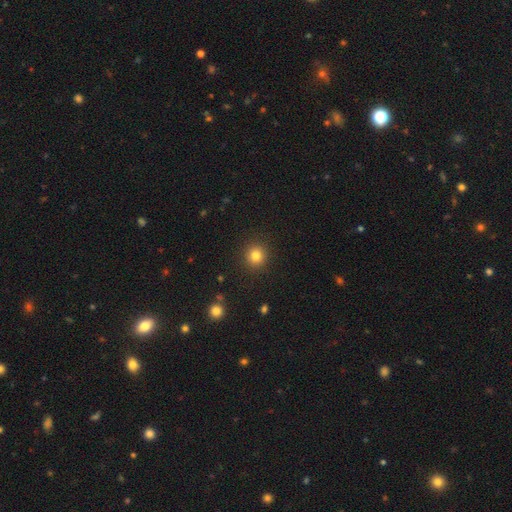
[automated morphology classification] Overall: smooth (82%). How rounded: round (91%). Merging: none (91%).